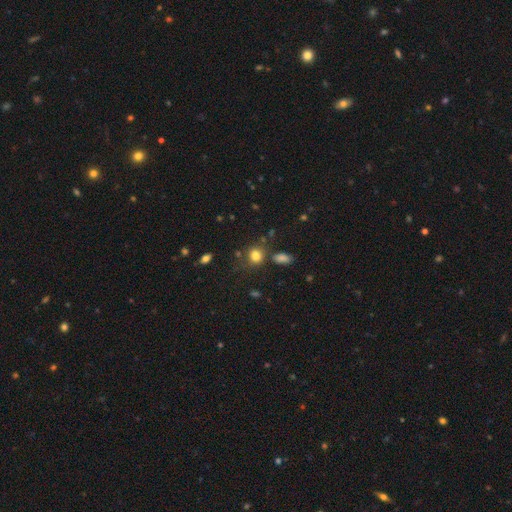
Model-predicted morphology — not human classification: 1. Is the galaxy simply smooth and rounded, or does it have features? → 80% smooth, 13% star or artifact, 7% featured or disk.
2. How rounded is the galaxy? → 70% round, 29% in between, 1% cigar-shaped.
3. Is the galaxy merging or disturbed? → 69% none, 15% minor disturbance, 10% merger, 6% major disturbance.